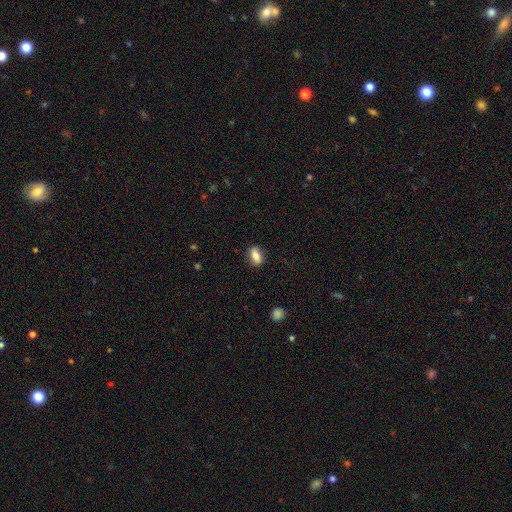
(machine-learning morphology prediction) Smooth or featured: smooth — 81% (featured or disk — 12%)
How rounded: in between — 83% (round — 11%)
Merging: none — 83% (minor disturbance — 13%)